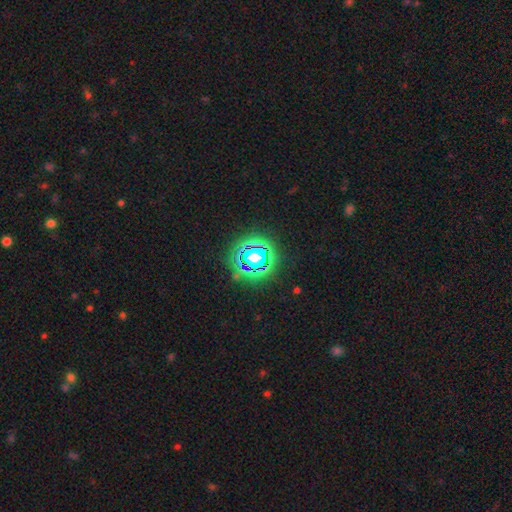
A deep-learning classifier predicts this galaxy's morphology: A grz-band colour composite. It shows a star or artifact, not a galaxy (80%).